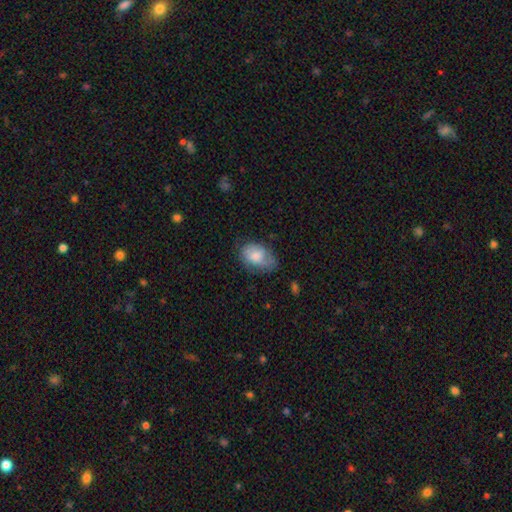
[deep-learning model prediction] smooth_or_featured: smooth (p=0.75) [alt: featured or disk p=0.18]
how_rounded: in between (p=0.86) [alt: round p=0.13]
merging: none (p=0.49) [alt: minor disturbance p=0.35]